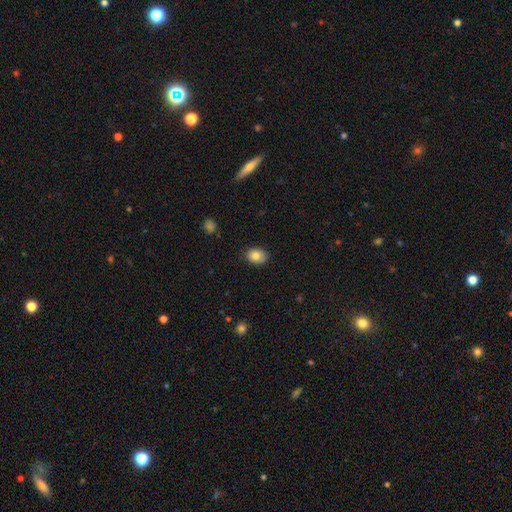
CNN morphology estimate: A smooth galaxy with no disk features (81%) that is in between round and cigar-shaped (60%). Merging: none (83%).